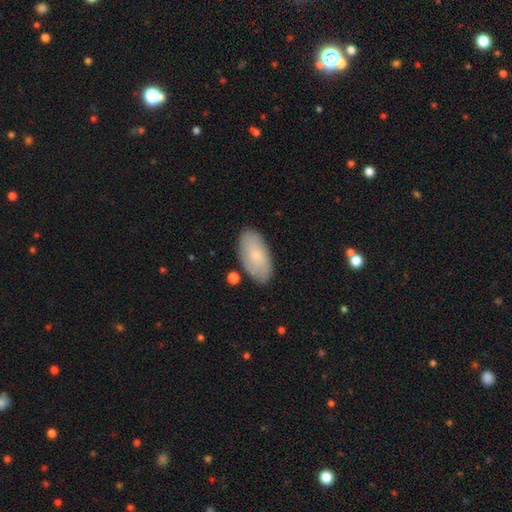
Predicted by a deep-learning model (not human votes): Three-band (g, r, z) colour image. It shows a smooth galaxy with no disk features (72%) that is in between round and cigar-shaped (94%). Merging: none (83%).